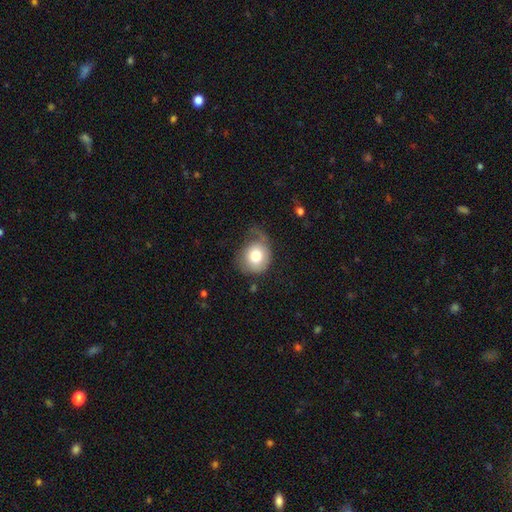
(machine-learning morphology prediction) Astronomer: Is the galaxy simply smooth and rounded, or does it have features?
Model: smooth — 74%.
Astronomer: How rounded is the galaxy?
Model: round — 78%.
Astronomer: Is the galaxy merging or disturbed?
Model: none — 40% (runner-up: minor disturbance, 32%).